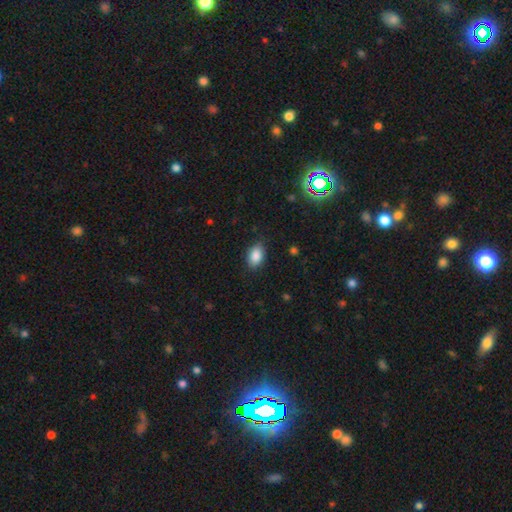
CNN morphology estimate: This is clearly a smooth galaxy (87%). How rounded: clearly in between (86%). Merging: clearly none (84%).